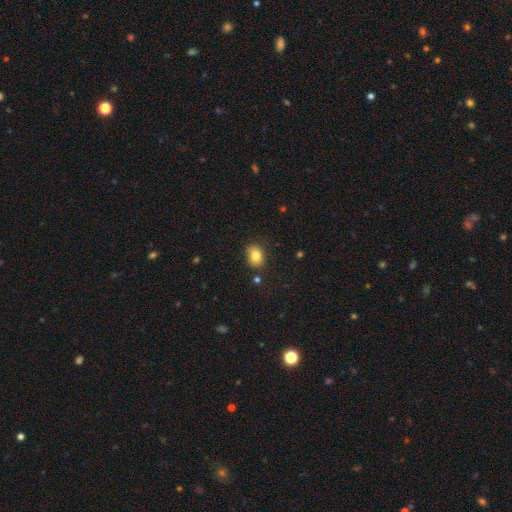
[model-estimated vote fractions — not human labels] smooth-or-featured: smooth: 82% | star or artifact: 10% | featured or disk: 8%
  how-rounded: in between: 62% | round: 37% | cigar-shaped: 1%
  merging: none: 81% | minor disturbance: 14% | major disturbance: 3% | merger: 3%